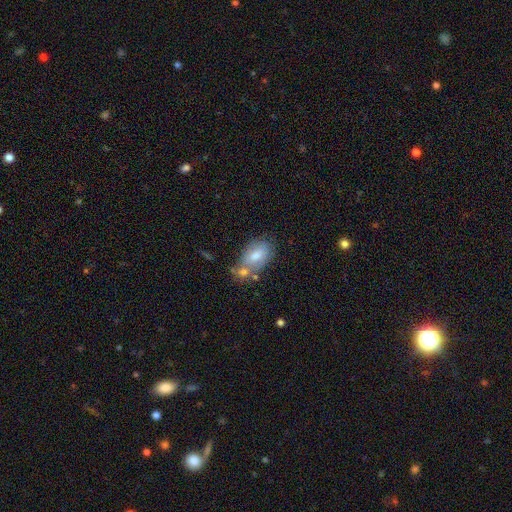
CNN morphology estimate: A smooth galaxy with no disk features (64%) that is in between round and cigar-shaped (90%). Merging: none (48%).